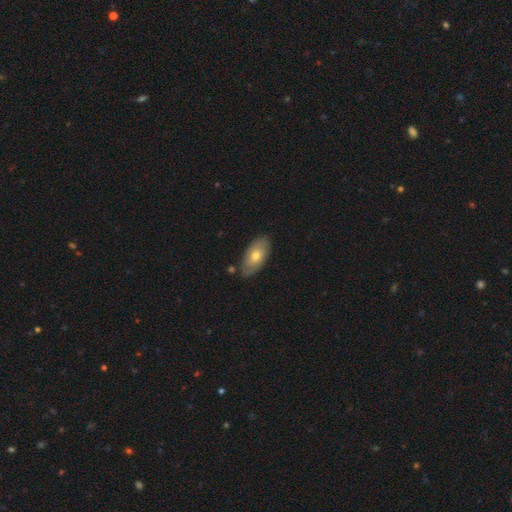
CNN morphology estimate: Smooth or featured?
  - smooth: 60% *
  - featured or disk: 34%
  - star or artifact: 6%
How rounded?
  - in between: 92% *
  - cigar-shaped: 5%
  - round: 3%
Merging?
  - none: 78% *
  - minor disturbance: 16%
  - merger: 3%
  - major disturbance: 3%